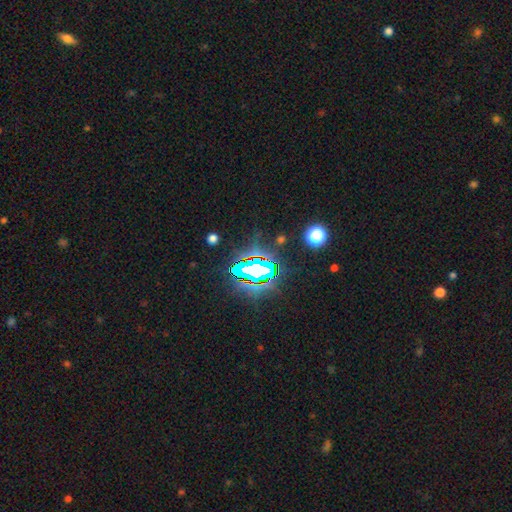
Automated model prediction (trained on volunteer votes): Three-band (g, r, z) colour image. It shows a star or artifact, not a galaxy (82%).